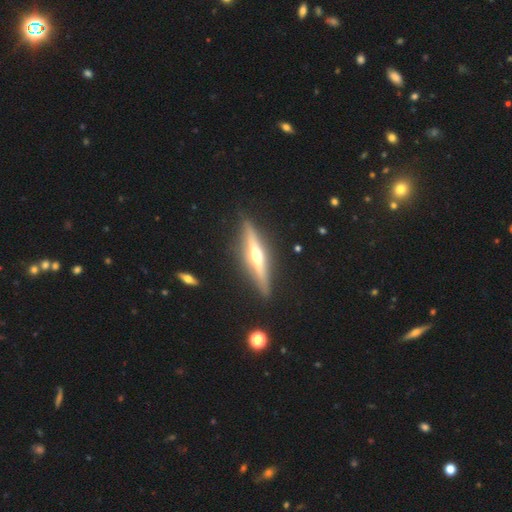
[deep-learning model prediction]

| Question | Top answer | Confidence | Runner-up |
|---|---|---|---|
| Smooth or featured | featured or disk | 73% | smooth (21%) |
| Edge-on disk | yes | 96% | no (4%) |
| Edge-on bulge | rounded | 90% | none (6%) |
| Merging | none | 87% | minor disturbance (9%) |